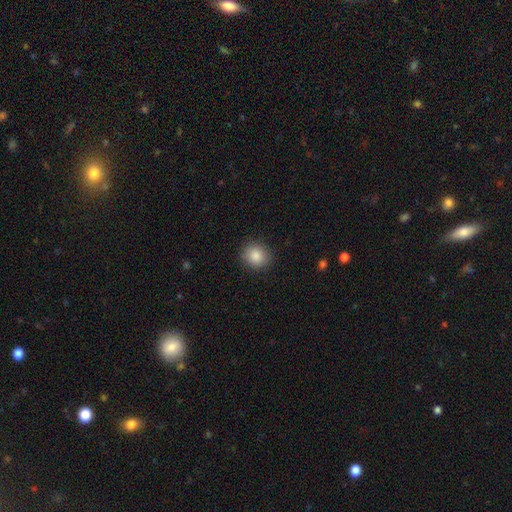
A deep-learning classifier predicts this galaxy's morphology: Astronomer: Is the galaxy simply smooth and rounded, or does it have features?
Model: smooth — 87%.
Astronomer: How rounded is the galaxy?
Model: round — 81%.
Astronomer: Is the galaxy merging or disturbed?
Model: none — 89%.